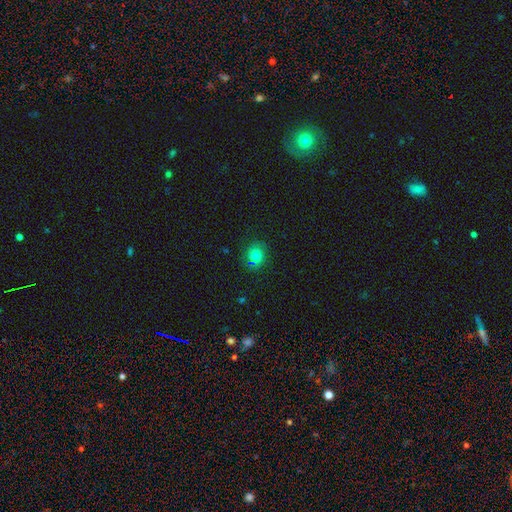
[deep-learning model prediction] smooth_or_featured: smooth (p=0.73) [alt: star or artifact p=0.16]
how_rounded: round (p=0.73) [alt: in between p=0.26]
merging: none (p=0.80) [alt: minor disturbance p=0.13]